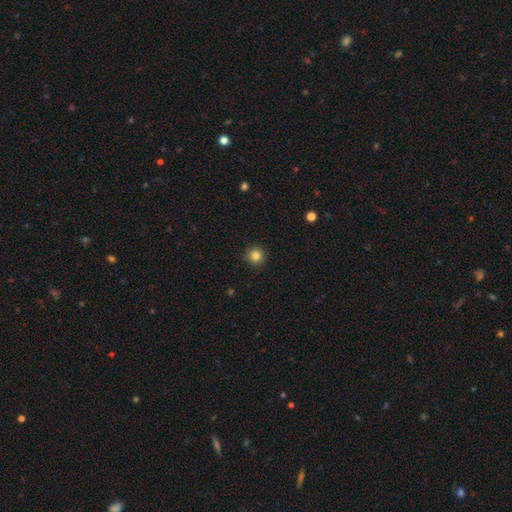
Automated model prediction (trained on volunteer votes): A smooth galaxy with no disk features (83%) that is round (95%). Merging: none (92%).